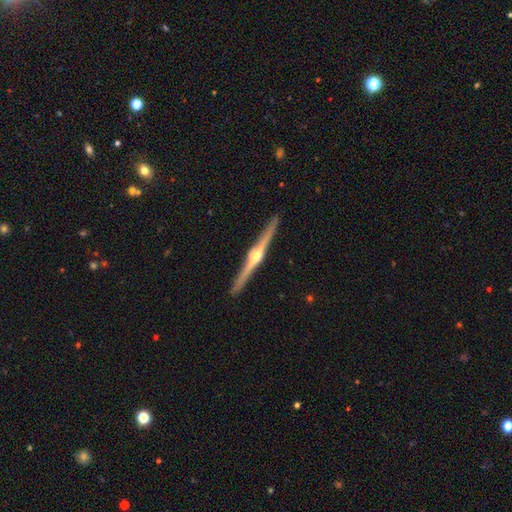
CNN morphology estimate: This is clearly a featured or disk galaxy (87%). It is clearly viewed edge-on (99%). Edge-on bulge: clearly rounded (94%). Merging: clearly none (93%).